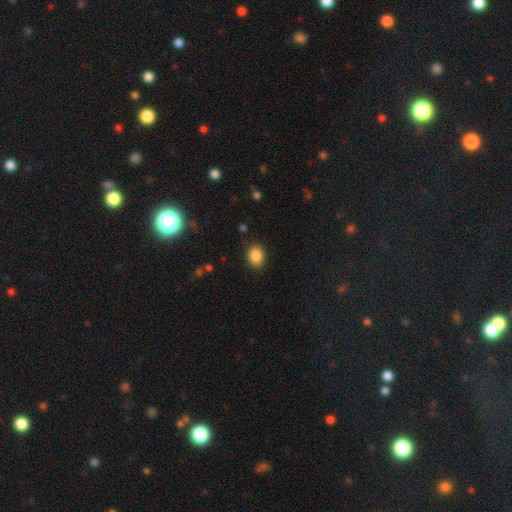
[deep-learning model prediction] This is clearly a smooth galaxy (87%). How rounded: possibly in between (56%). Merging: clearly none (87%).